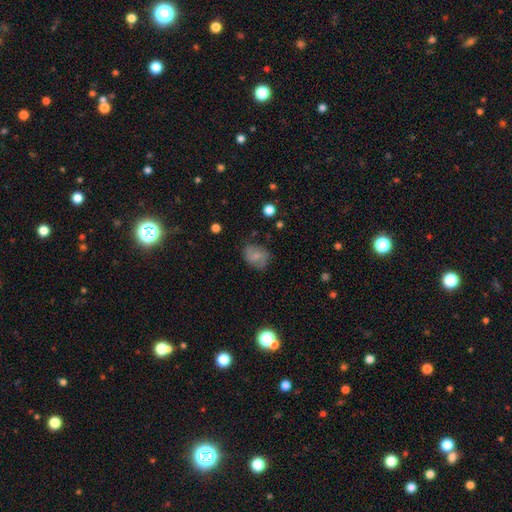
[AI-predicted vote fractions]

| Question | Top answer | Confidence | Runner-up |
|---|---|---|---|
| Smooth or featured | smooth | 59% | featured or disk (33%) |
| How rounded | in between | 53% | round (46%) |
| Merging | none | 71% | minor disturbance (21%) |